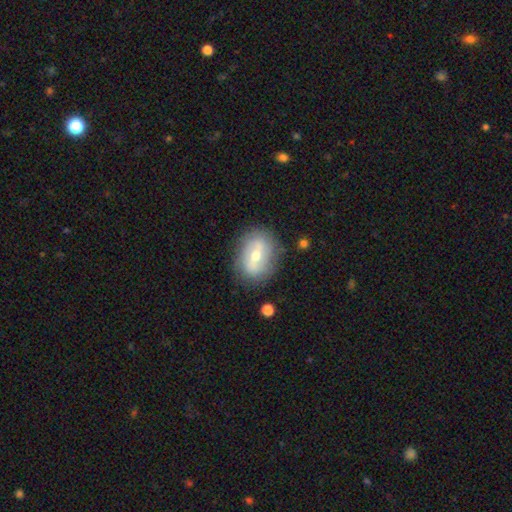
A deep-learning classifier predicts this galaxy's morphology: Overall: featured or disk (57%; smooth 35%). Edge-on disk: no (93%). Bar: weak (42%; no 29%). Spiral arms: yes (60%; no 40%). Bulge size: moderate (64%; small 30%). Merging: none (79%).